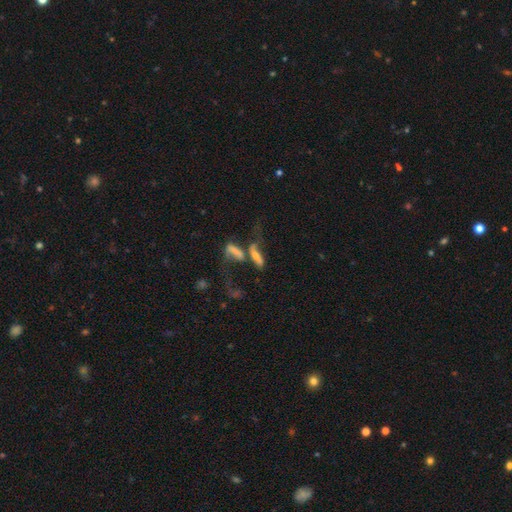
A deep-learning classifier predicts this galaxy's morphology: type=featured or disk (47%); merging=merger (51%).